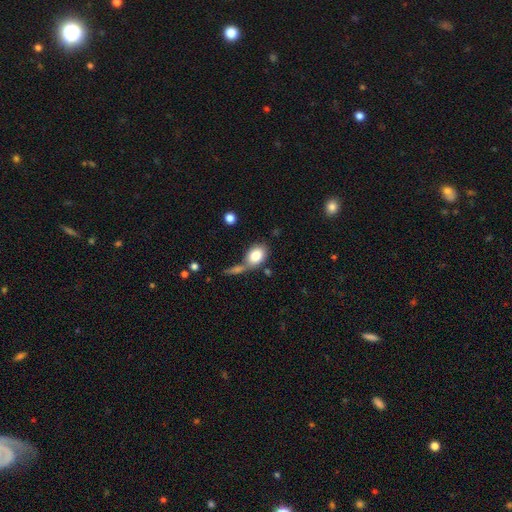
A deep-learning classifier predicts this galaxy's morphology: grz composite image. It shows a smooth galaxy with no disk features (82%) that is in between round and cigar-shaped (79%). Merging: none (47%).